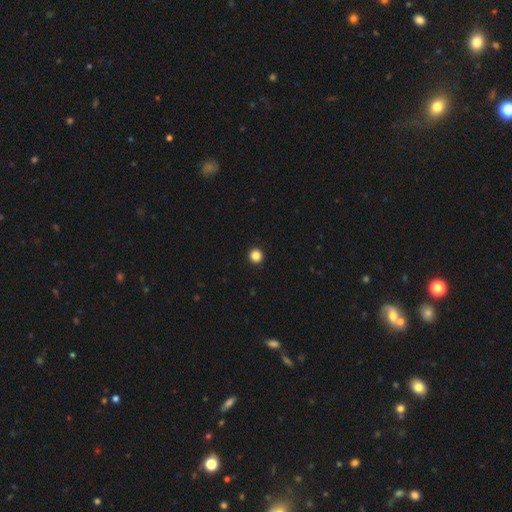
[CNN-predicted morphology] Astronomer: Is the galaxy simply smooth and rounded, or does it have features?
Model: smooth — 86%.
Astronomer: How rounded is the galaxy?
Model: round — 95%.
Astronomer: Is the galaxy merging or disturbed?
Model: none — 94%.